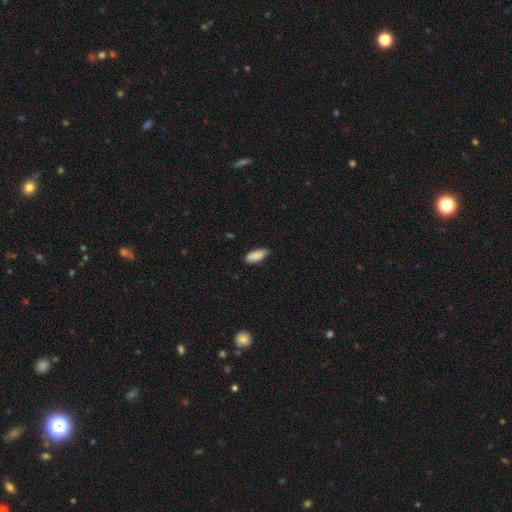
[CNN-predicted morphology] Smooth or featured: smooth — 89% (star or artifact — 6%)
How rounded: in between — 85% (cigar-shaped — 14%)
Merging: none — 77% (minor disturbance — 19%)